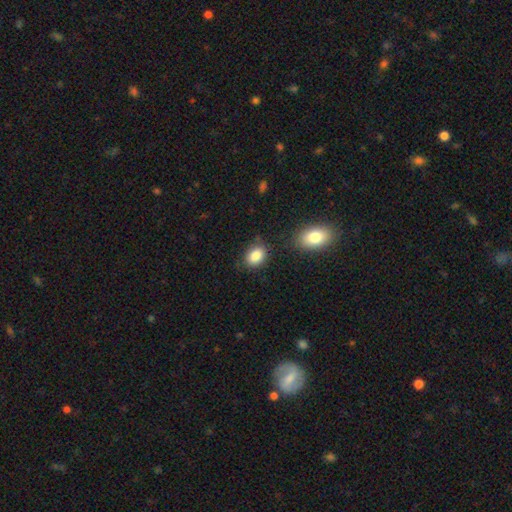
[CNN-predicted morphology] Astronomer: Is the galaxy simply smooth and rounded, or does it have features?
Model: smooth — 86%.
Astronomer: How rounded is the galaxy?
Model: in between — 76%.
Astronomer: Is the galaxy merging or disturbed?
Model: none — 77%.